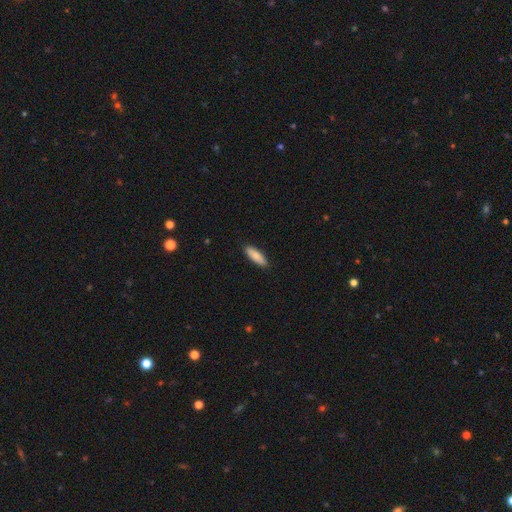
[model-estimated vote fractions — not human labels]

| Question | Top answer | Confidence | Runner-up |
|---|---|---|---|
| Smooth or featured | smooth | 85% | featured or disk (10%) |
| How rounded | cigar-shaped | 51% | in between (48%) |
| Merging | none | 89% | minor disturbance (8%) |